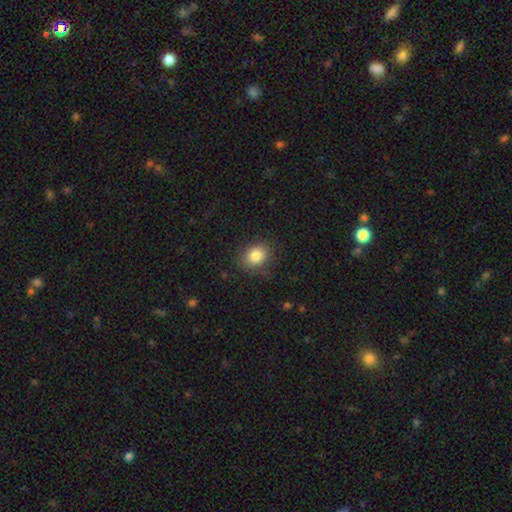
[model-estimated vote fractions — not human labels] smooth_or_featured: smooth (p=0.84) [alt: star or artifact p=0.10]
how_rounded: round (p=0.50) [alt: in between p=0.49]
merging: none (p=0.80) [alt: minor disturbance p=0.15]